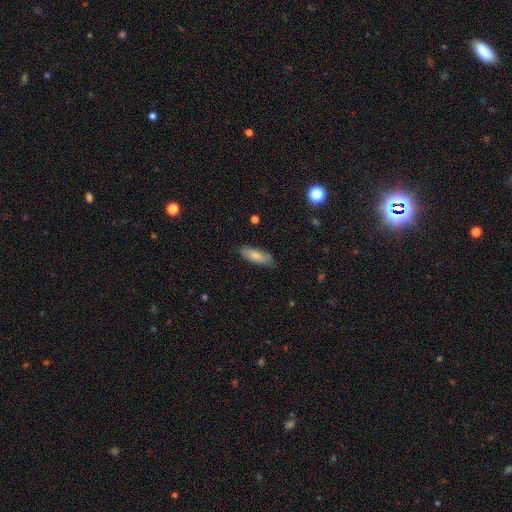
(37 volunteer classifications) A smooth galaxy with no disk features (76%) that is in between round and cigar-shaped (93%).

Vote fractions:
- Smooth or featured? smooth: 76% / featured or disk: 19% / star or artifact: 5%
- How rounded? in between: 93% / cigar-shaped: 7% / round: 0%
- Merging? none: 80% / minor disturbance: 14% / major disturbance: 3% / merger: 3%